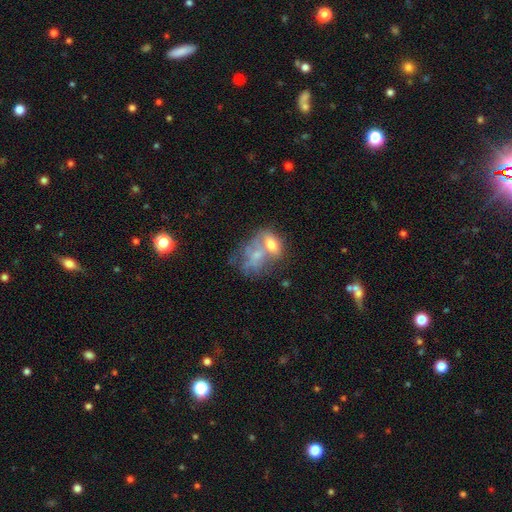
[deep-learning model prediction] Smooth or featured? Predicted: smooth (p=0.51). How rounded? Predicted: in between (p=0.76). Merging? Predicted: merger (p=0.59).